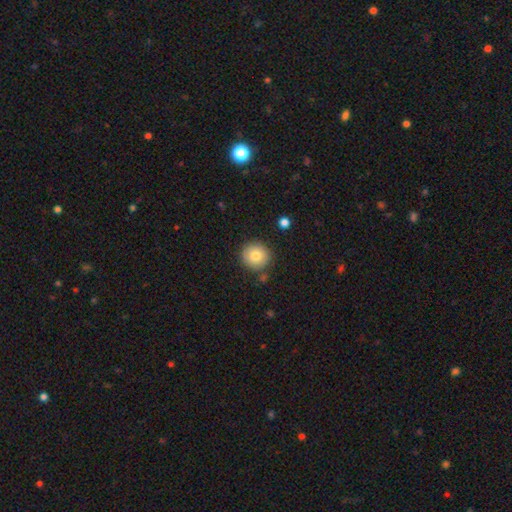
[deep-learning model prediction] Smooth or featured?
  - smooth: 80% *
  - featured or disk: 11%
  - star or artifact: 9%
How rounded?
  - round: 93% *
  - in between: 6%
  - cigar-shaped: 1%
Merging?
  - none: 85% *
  - minor disturbance: 9%
  - merger: 4%
  - major disturbance: 2%